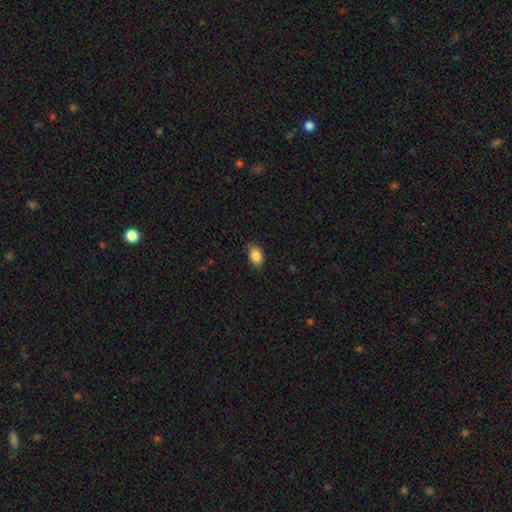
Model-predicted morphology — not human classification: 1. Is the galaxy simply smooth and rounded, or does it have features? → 86% smooth, 8% star or artifact, 5% featured or disk.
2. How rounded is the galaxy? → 82% in between, 17% round, 2% cigar-shaped.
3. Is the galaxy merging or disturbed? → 78% none, 18% minor disturbance, 3% major disturbance, 1% merger.